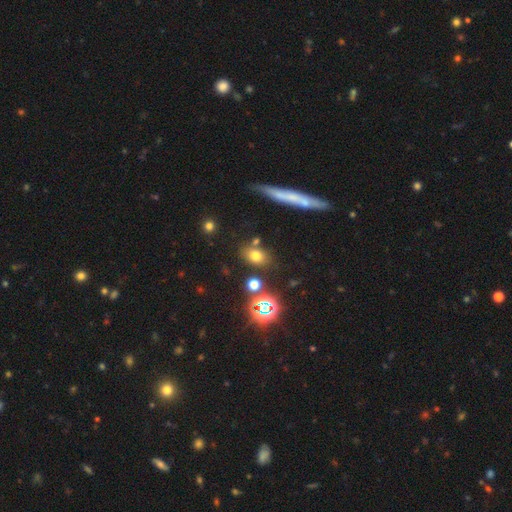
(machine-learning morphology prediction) smooth-or-featured: smooth: 70% | star or artifact: 18% | featured or disk: 12%
  how-rounded: in between: 66% | round: 31% | cigar-shaped: 4%
  merging: none: 75% | minor disturbance: 12% | merger: 9% | major disturbance: 4%